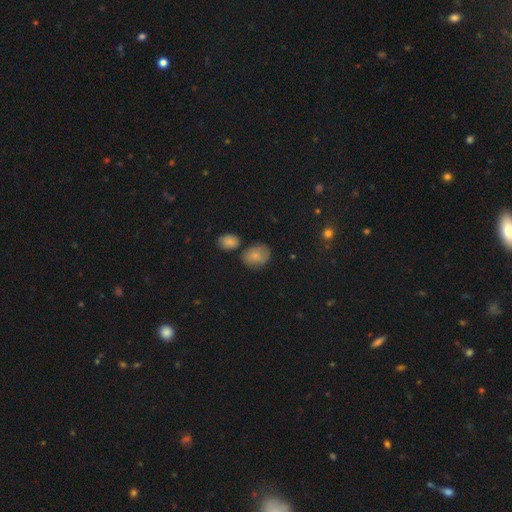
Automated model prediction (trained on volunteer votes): Morphology: type=smooth (77%); roundness=in between (54%); merging=none (62%).